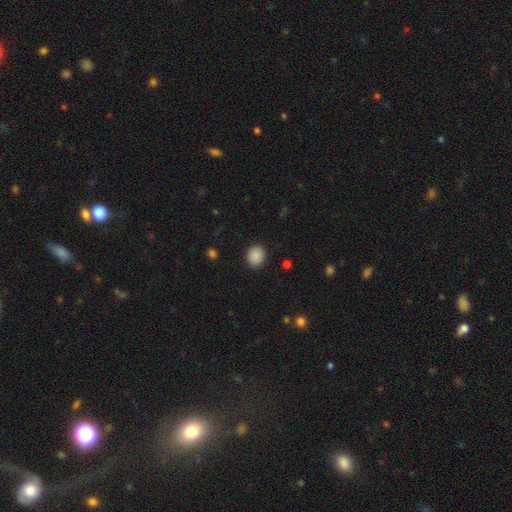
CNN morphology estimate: Q: Smooth or featured?
A: smooth (89%); runner-up: star or artifact (8%)
Q: How rounded?
A: round (70%); runner-up: in between (29%)
Q: Merging?
A: none (90%); runner-up: minor disturbance (7%)